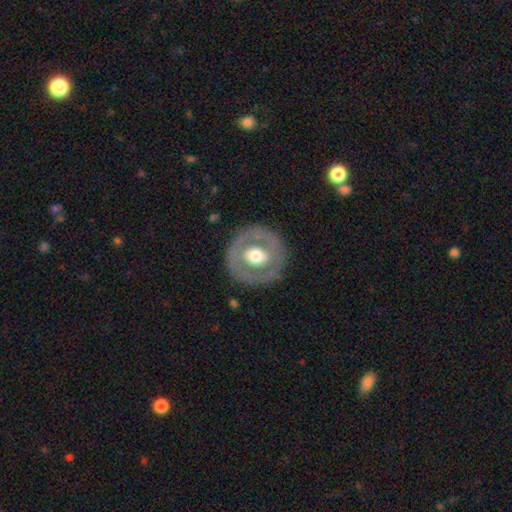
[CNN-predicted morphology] A featured or disk galaxy (55%) with no bar (73%), no spiral arms (88%) and a moderate central bulge (58%). Merging: none (84%).